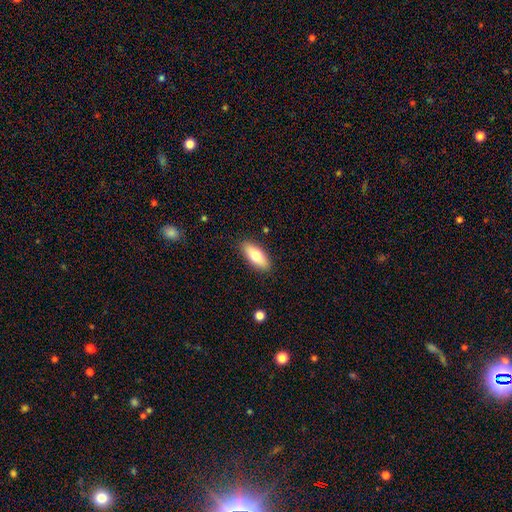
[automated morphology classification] smooth_or_featured: smooth (p=0.74) [alt: featured or disk p=0.19]
how_rounded: in between (p=0.79) [alt: cigar-shaped p=0.19]
merging: none (p=0.88) [alt: minor disturbance p=0.09]